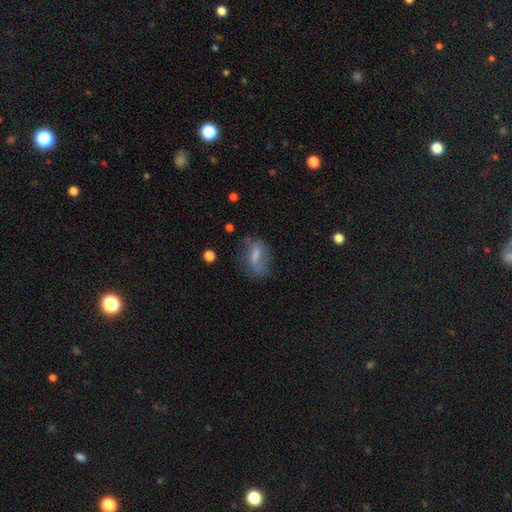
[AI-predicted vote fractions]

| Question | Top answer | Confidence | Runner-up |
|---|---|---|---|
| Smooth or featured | smooth | 55% | featured or disk (34%) |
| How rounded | in between | 78% | round (11%) |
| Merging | none | 50% | minor disturbance (27%) |